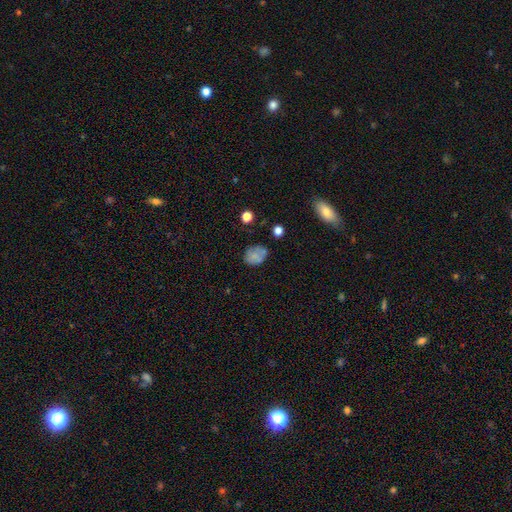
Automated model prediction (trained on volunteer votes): Smooth or featured? smooth (74%)
How rounded? in between (54%)
Merging? none (63%)